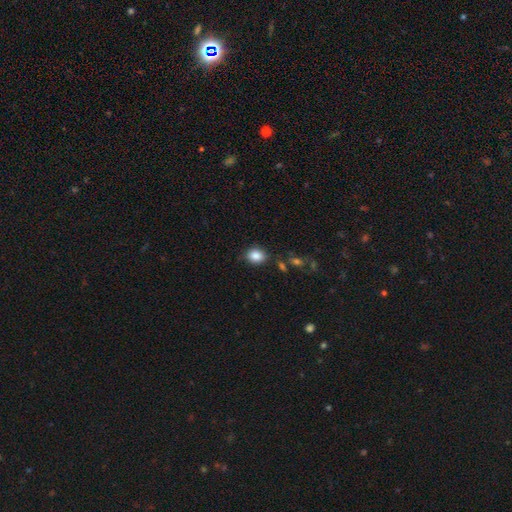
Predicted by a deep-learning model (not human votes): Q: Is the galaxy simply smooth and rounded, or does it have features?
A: smooth — 86%.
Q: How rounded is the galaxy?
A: round — 50%.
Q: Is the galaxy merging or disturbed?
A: none — 81%.